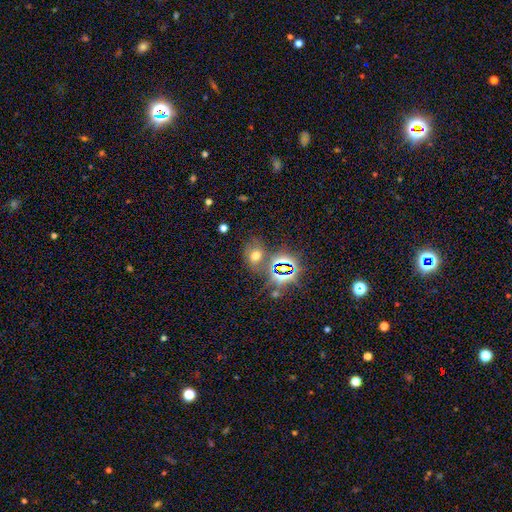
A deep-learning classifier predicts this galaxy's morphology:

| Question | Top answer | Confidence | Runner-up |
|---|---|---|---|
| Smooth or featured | smooth | 50% | star or artifact (37%) |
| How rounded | in between | 66% | round (33%) |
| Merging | none | 63% | minor disturbance (16%) |